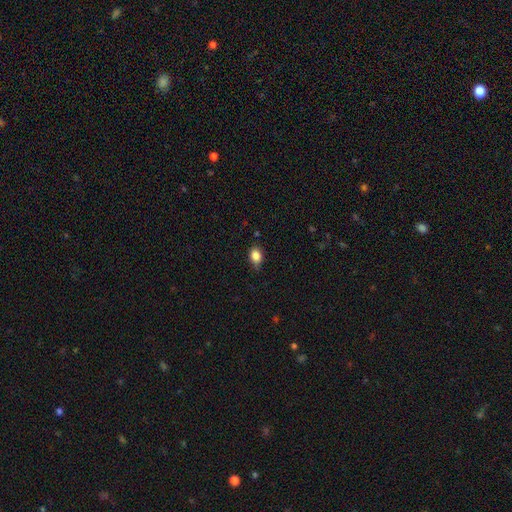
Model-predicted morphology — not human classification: A smooth galaxy with no disk features (85%) that is in between round and cigar-shaped (65%).

Vote fractions:
- Smooth or featured? smooth: 85% / star or artifact: 9% / featured or disk: 6%
- How rounded? in between: 65% / round: 33% / cigar-shaped: 2%
- Merging? none: 67% / minor disturbance: 27% / major disturbance: 4% / merger: 1%